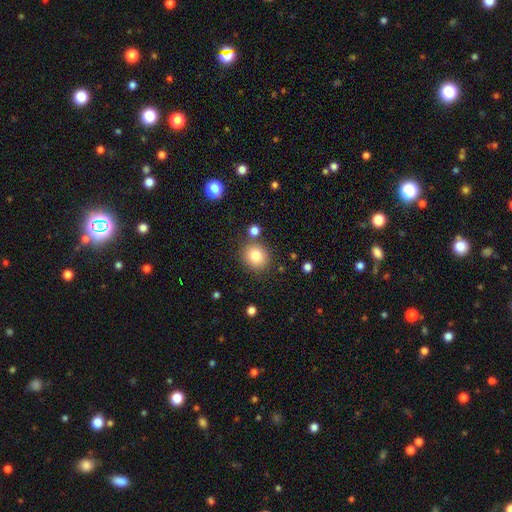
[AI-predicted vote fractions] smooth_or_featured: smooth (p=0.82) [alt: star or artifact p=0.10]
how_rounded: round (p=0.80) [alt: in between p=0.19]
merging: none (p=0.80) [alt: minor disturbance p=0.10]